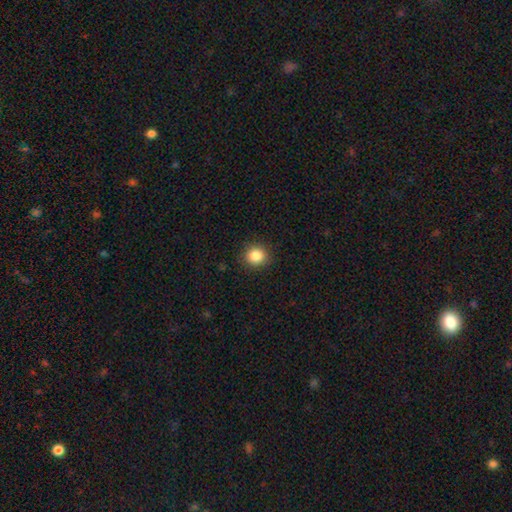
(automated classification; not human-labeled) Smooth or featured: smooth — 86% (star or artifact — 10%)
How rounded: round — 89% (in between — 10%)
Merging: none — 90% (minor disturbance — 7%)